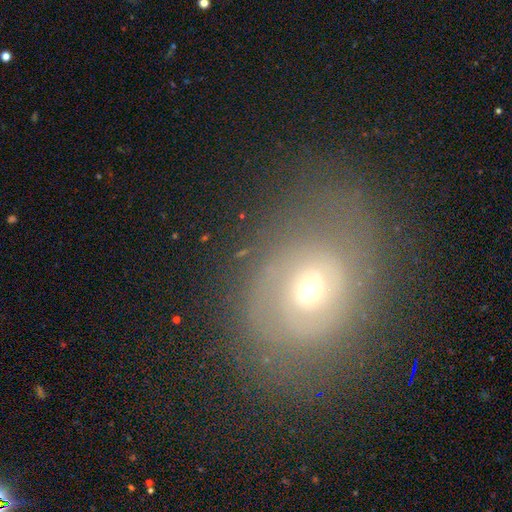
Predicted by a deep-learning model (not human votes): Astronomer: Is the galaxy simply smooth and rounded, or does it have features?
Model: featured or disk — 59%.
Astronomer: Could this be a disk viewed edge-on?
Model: no — 95%.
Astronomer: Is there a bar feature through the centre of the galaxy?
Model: no — 69%.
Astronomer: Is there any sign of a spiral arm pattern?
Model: yes — 59% (runner-up: no, 41%).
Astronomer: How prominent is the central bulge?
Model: moderate — 49% (runner-up: small, 45%).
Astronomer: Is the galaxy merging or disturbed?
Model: none — 70%.